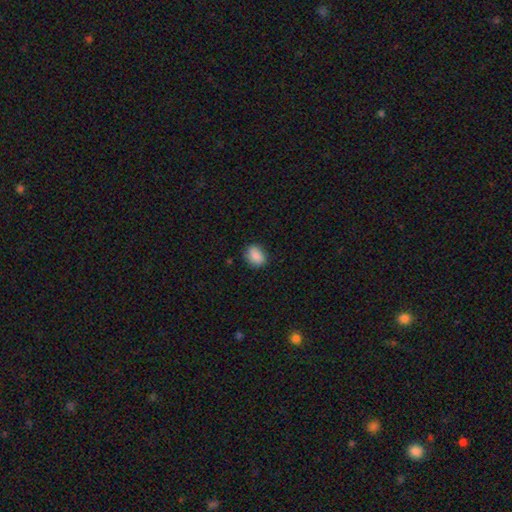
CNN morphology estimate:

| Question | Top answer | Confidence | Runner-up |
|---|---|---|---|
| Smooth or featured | smooth | 88% | star or artifact (8%) |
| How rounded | in between | 66% | round (33%) |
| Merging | none | 80% | minor disturbance (16%) |